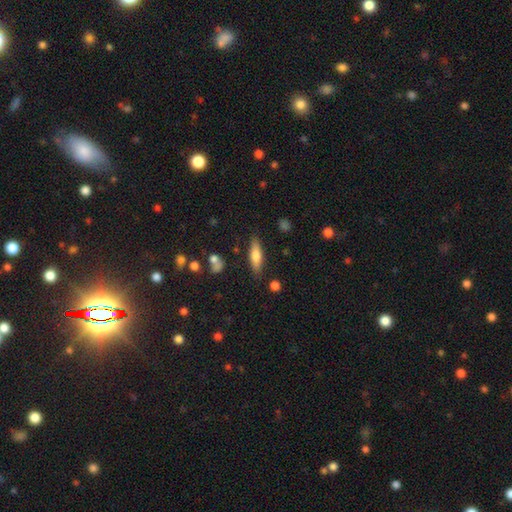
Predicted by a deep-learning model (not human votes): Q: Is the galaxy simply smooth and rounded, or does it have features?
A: smooth — 63%.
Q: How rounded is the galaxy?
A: cigar-shaped — 62%.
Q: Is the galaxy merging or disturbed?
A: none — 82%.